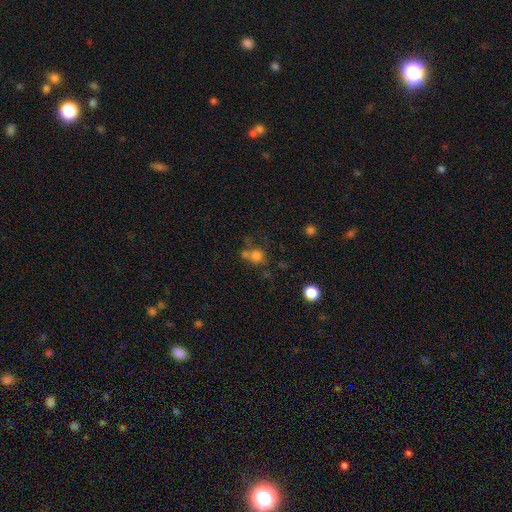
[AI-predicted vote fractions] Overall: smooth (72%). How rounded: round (82%). Merging: none (50%; merger 25%).